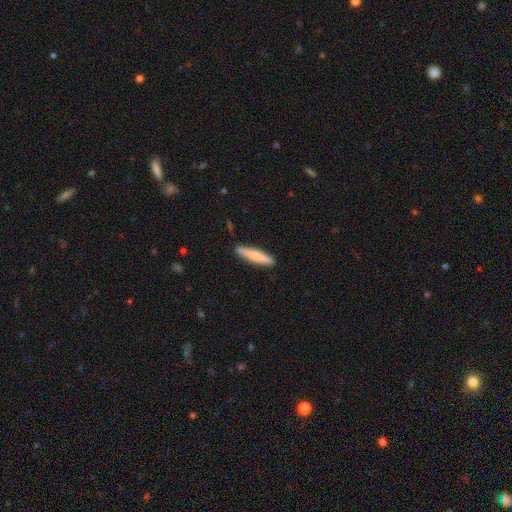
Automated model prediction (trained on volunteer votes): smooth-or-featured: smooth: 71% | featured or disk: 23% | star or artifact: 5%
  how-rounded: cigar-shaped: 89% | in between: 10% | round: 1%
  merging: none: 85% | minor disturbance: 11% | merger: 2% | major disturbance: 2%